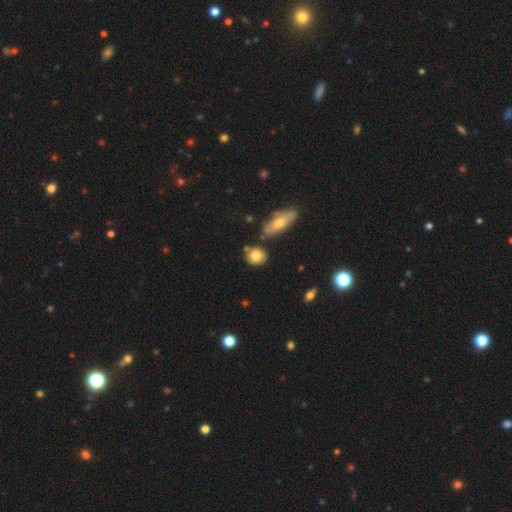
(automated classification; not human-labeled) Smooth or featured?
  - smooth: 80% *
  - featured or disk: 12%
  - star or artifact: 8%
How rounded?
  - round: 69% *
  - in between: 29%
  - cigar-shaped: 3%
Merging?
  - none: 68% *
  - minor disturbance: 17%
  - merger: 11%
  - major disturbance: 4%